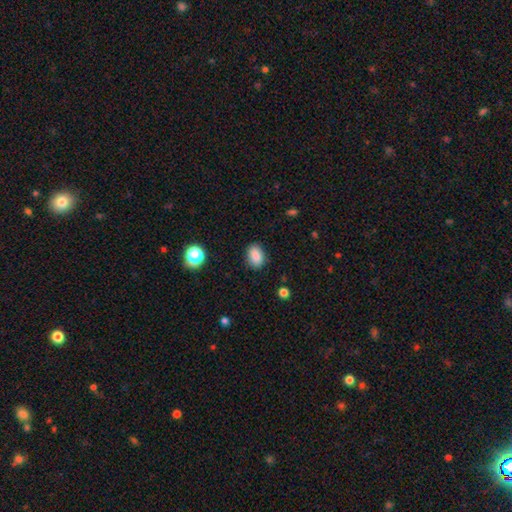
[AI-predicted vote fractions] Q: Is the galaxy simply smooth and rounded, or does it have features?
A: smooth — 87%.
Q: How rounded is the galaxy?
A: in between — 81%.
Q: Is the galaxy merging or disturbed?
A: none — 85%.